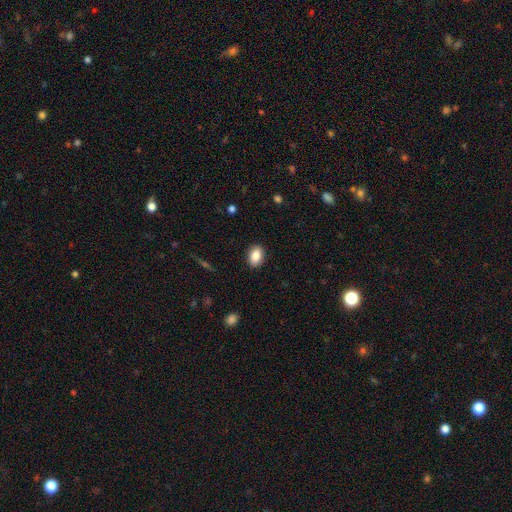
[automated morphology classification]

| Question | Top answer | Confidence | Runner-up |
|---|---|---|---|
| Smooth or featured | smooth | 86% | star or artifact (8%) |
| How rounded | in between | 82% | round (17%) |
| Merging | none | 89% | minor disturbance (8%) |